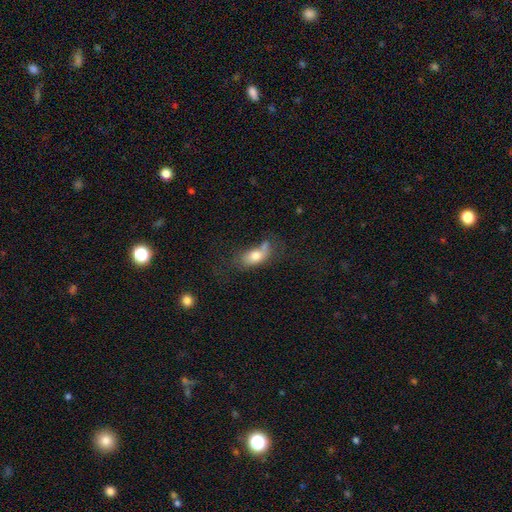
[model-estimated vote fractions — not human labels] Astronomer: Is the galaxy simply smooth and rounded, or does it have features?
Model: smooth — 73%.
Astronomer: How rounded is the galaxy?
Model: in between — 86%.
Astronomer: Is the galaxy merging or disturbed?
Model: none — 36% (runner-up: minor disturbance, 25%).